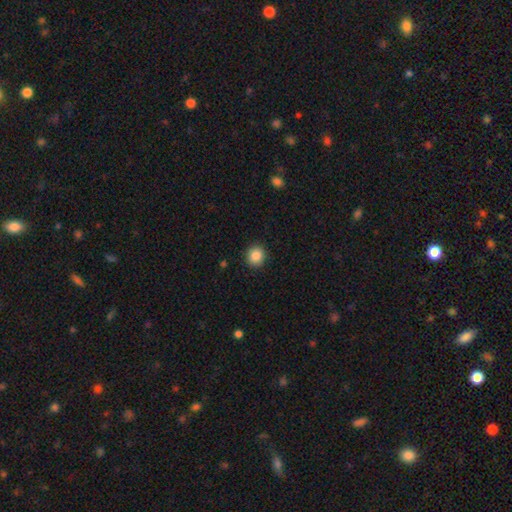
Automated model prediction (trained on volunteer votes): smooth-or-featured: smooth: 87% | star or artifact: 9% | featured or disk: 4%
  how-rounded: round: 85% | in between: 14% | cigar-shaped: 1%
  merging: none: 91% | minor disturbance: 6% | major disturbance: 2% | merger: 1%